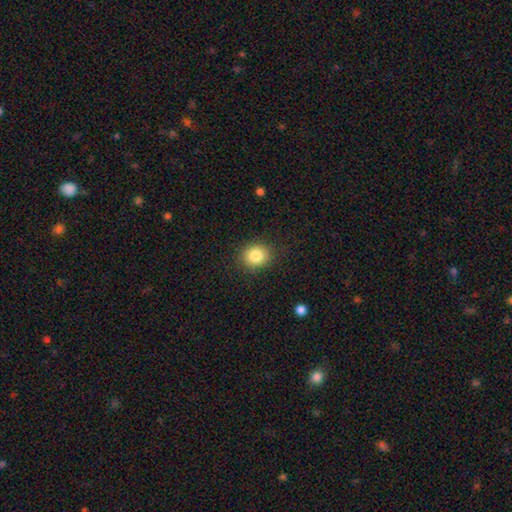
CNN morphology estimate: smooth 84%, star or artifact 10%, featured or disk 6%. Down the decision tree: how rounded — round (75%); merging — none (87%).